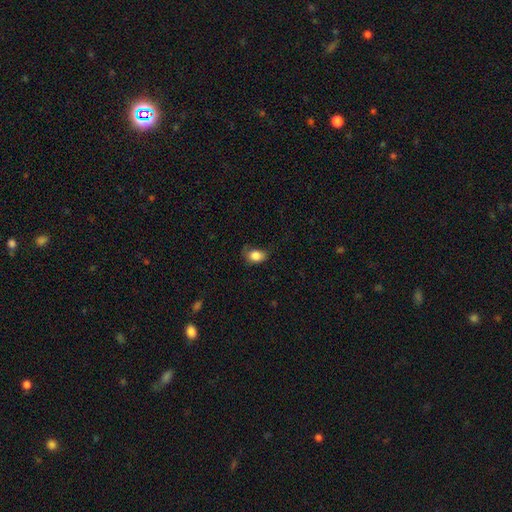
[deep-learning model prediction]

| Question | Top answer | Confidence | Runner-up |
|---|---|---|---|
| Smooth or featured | smooth | 85% | star or artifact (9%) |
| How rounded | in between | 67% | round (31%) |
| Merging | none | 54% | minor disturbance (33%) |